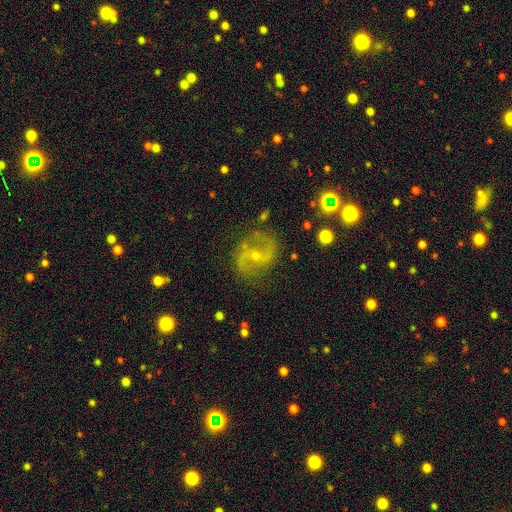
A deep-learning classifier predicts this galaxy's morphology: featured or disk 83%, smooth 9%, star or artifact 8%. Down the decision tree: edge-on disk — no (98%); bar — weak (46%); spiral arms — yes (93%); spiral arm count — 2 (91%); spiral winding — medium (49%); bulge size — small (66%); merging — none (76%).